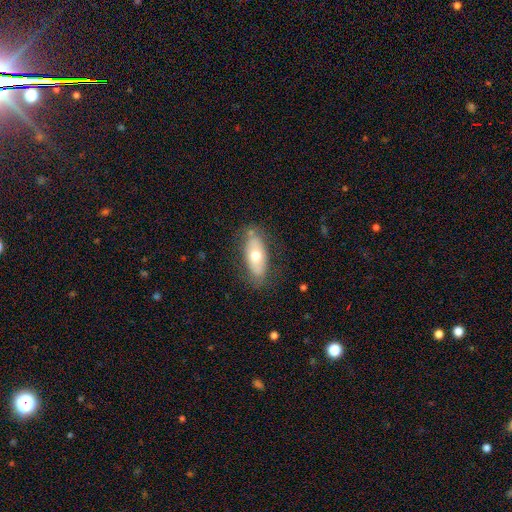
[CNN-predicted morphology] smooth-or-featured: smooth: 59% | featured or disk: 34% | star or artifact: 7%
  how-rounded: in between: 83% | cigar-shaped: 14% | round: 3%
  merging: none: 77% | minor disturbance: 16% | major disturbance: 5% | merger: 3%